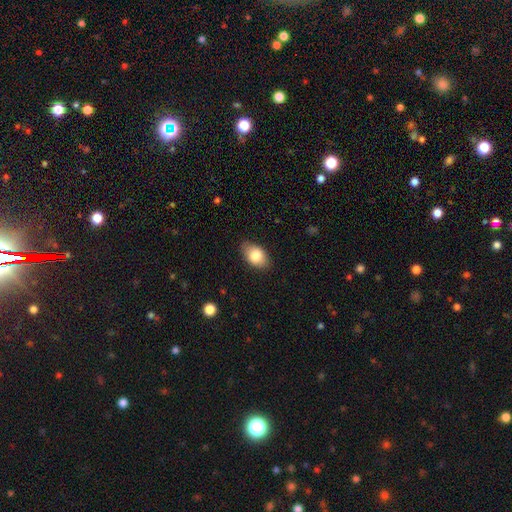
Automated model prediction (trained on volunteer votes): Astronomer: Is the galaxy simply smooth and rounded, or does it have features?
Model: smooth — 81%.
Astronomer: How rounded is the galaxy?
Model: in between — 88%.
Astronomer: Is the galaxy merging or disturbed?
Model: none — 83%.